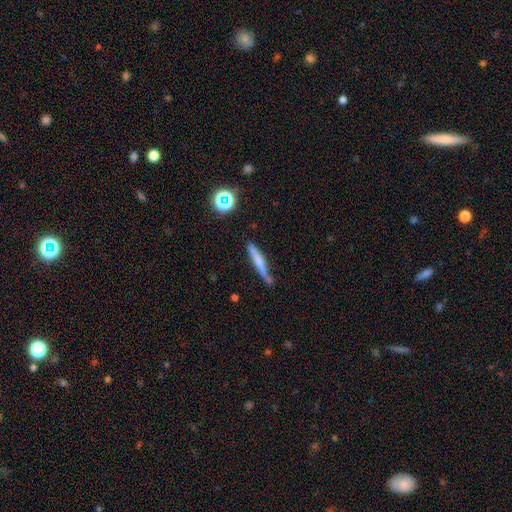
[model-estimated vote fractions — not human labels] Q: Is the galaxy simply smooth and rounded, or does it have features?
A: featured or disk — 48%.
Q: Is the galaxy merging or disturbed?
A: none — 75%.